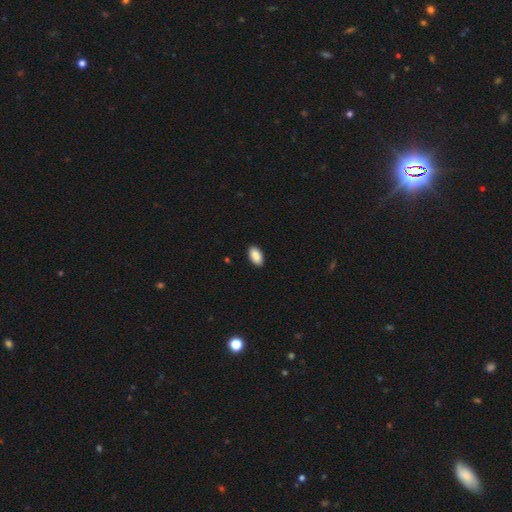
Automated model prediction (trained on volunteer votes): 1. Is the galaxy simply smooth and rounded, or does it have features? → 90% smooth, 7% star or artifact, 3% featured or disk.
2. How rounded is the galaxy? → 94% in between, 3% round, 3% cigar-shaped.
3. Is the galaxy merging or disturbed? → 90% none, 8% minor disturbance, 2% major disturbance, 1% merger.